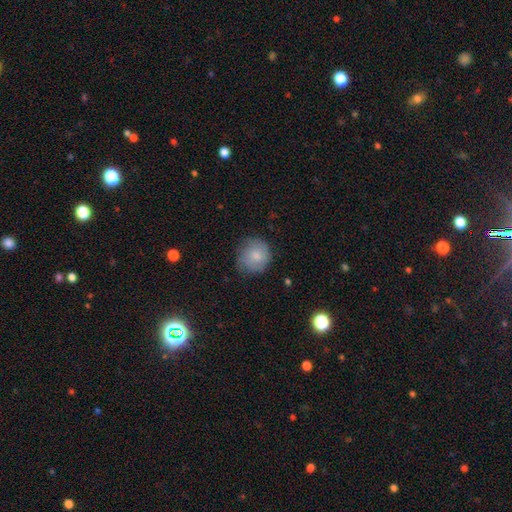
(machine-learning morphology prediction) The model was most divided on "merging": none: 70%, minor disturbance: 23%, major disturbance: 6%, merger: 1%. More confident: how rounded — round (88%); smooth or featured — smooth (76%).